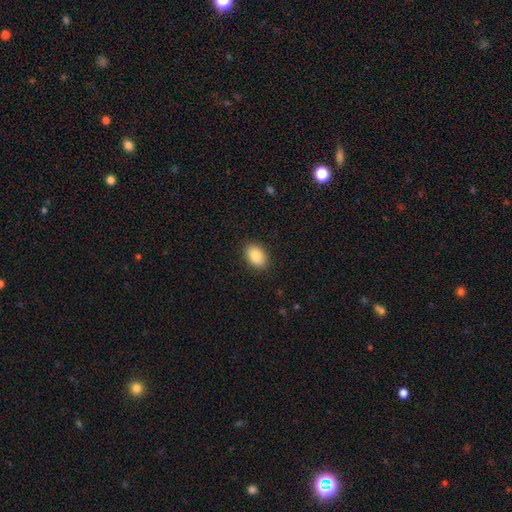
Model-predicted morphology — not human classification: Overall: smooth (87%). How rounded: in between (87%). Merging: none (89%).